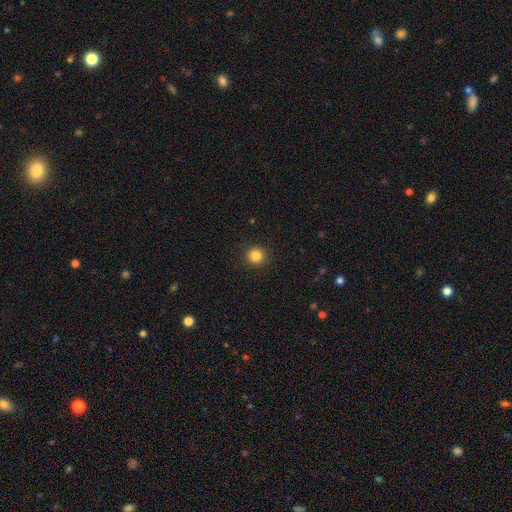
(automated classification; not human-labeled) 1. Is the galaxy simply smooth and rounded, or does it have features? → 84% smooth, 12% star or artifact, 4% featured or disk.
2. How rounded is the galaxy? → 94% round, 5% in between, 1% cigar-shaped.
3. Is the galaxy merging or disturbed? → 92% none, 5% minor disturbance, 2% major disturbance, 1% merger.